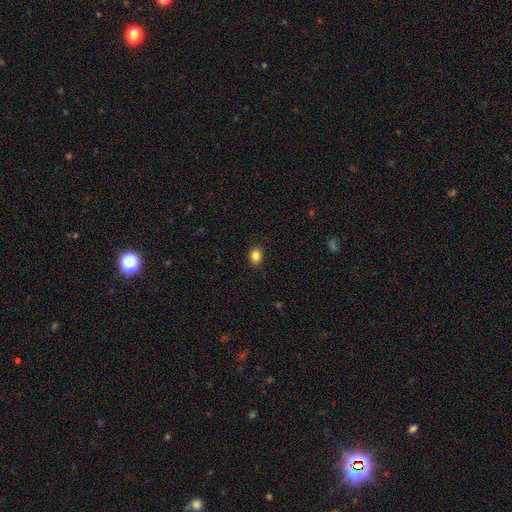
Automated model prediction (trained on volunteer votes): Morphology: type=smooth (85%); roundness=in between (64%); merging=none (89%).